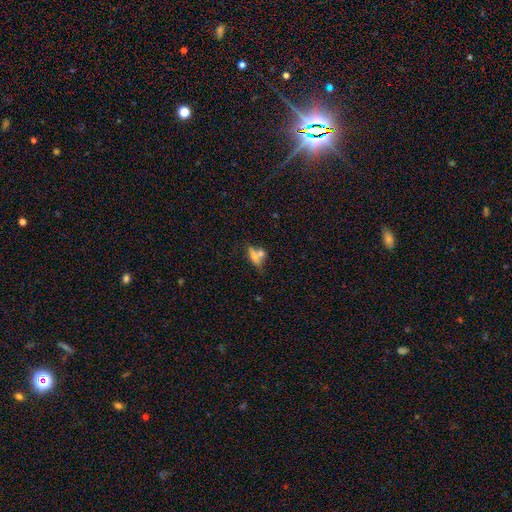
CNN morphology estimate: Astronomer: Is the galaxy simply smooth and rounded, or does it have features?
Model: smooth — 60%.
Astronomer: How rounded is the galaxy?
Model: in between — 58%.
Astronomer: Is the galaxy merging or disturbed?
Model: merger — 43% (runner-up: none, 38%).